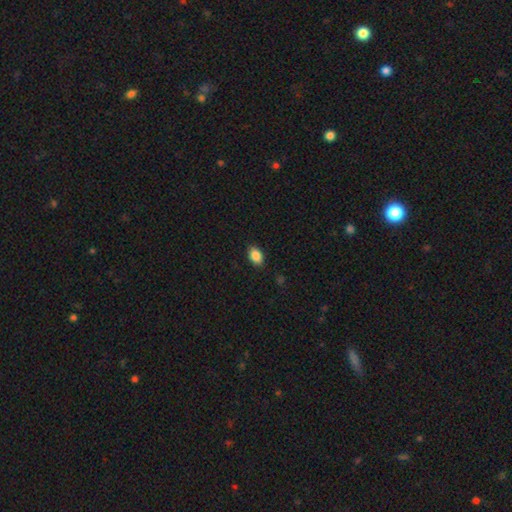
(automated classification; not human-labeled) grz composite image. It shows a smooth galaxy with no disk features (87%) that is in between round and cigar-shaped (87%). Merging: none (87%).